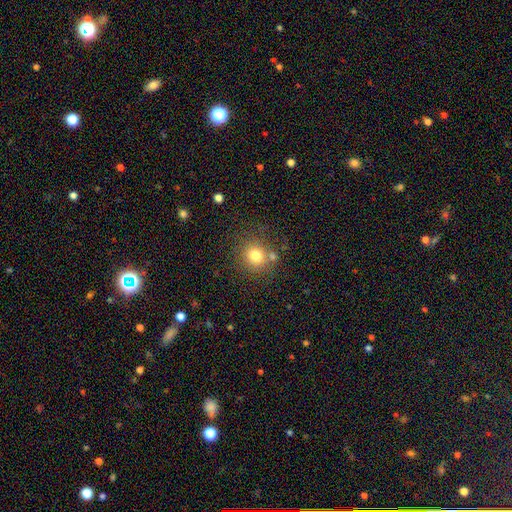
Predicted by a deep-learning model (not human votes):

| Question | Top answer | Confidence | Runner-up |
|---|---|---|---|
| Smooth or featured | smooth | 77% | star or artifact (13%) |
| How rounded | round | 86% | in between (13%) |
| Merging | none | 71% | merger (13%) |